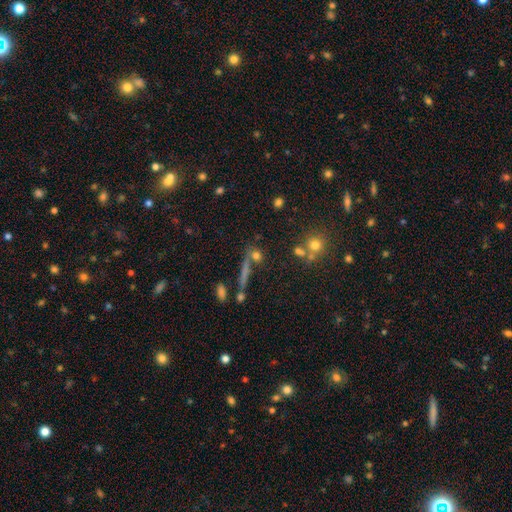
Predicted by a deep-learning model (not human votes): This is marginally a star or artifact rather than a galaxy (39%).